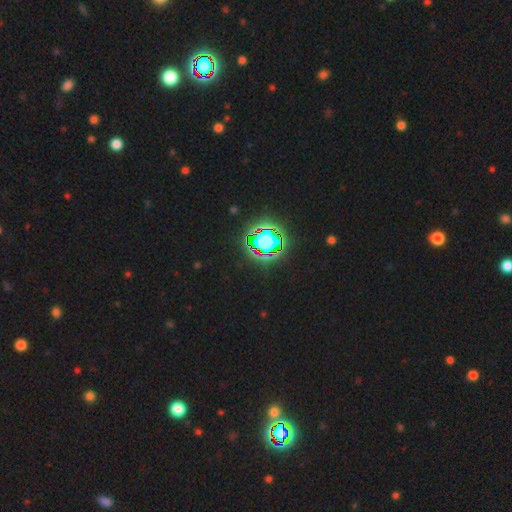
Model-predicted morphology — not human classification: The model was most divided on "smooth or featured": star or artifact: 85%, smooth: 9%, featured or disk: 6%.